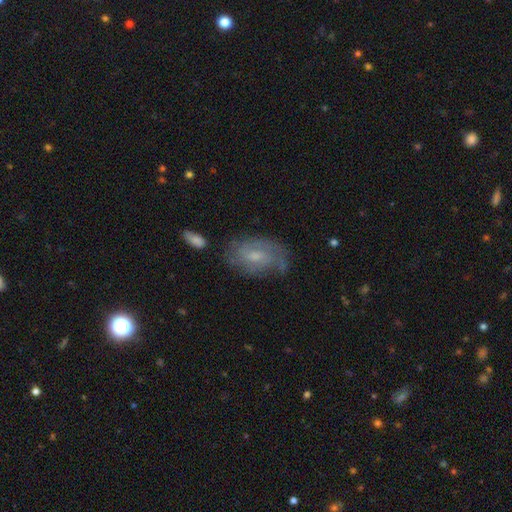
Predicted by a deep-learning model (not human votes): Smooth or featured: featured or disk — 63% (smooth — 28%)
Edge-on disk: no — 95% (yes — 5%)
Bar: no — 54% (weak — 40%)
Spiral arms: yes — 83% (no — 17%)
Spiral winding: tight — 47% (medium — 38%)
Spiral arm count: can't tell — 43% (2 — 33%)
Bulge size: small — 47% (moderate — 44%)
Merging: none — 64% (minor disturbance — 23%)